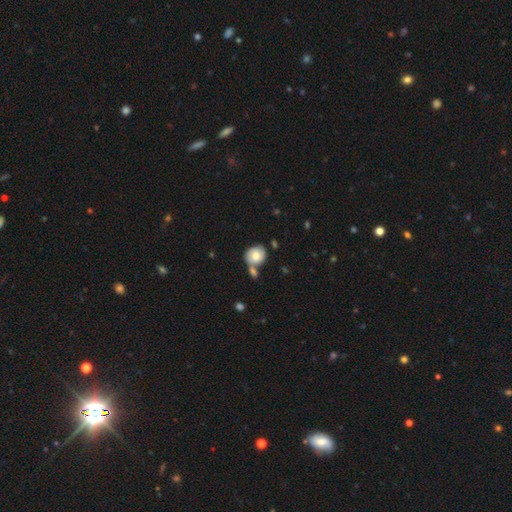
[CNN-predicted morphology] Smooth or featured? smooth (67%)
How rounded? round (70%)
Merging? none (48%)